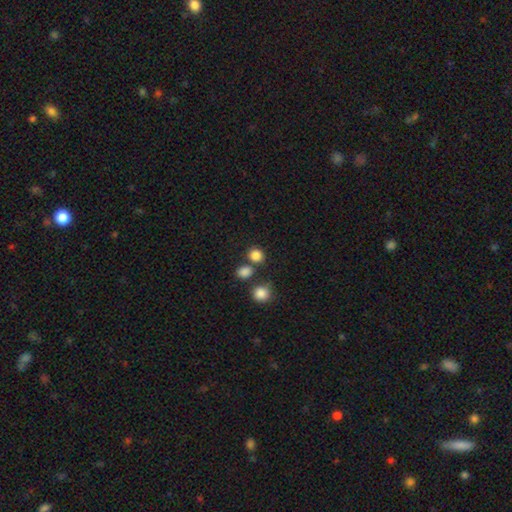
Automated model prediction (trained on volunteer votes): smooth_or_featured: smooth (p=0.83) [alt: star or artifact p=0.12]
how_rounded: round (p=0.81) [alt: in between p=0.18]
merging: none (p=0.69) [alt: merger p=0.19]